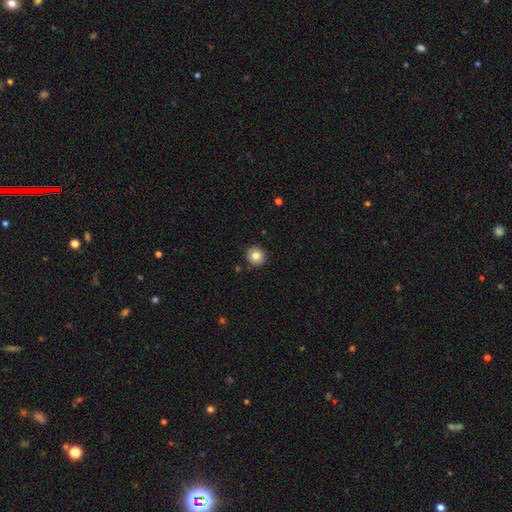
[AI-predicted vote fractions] This is clearly a smooth galaxy (82%). How rounded: clearly round (94%). Merging: clearly none (91%).